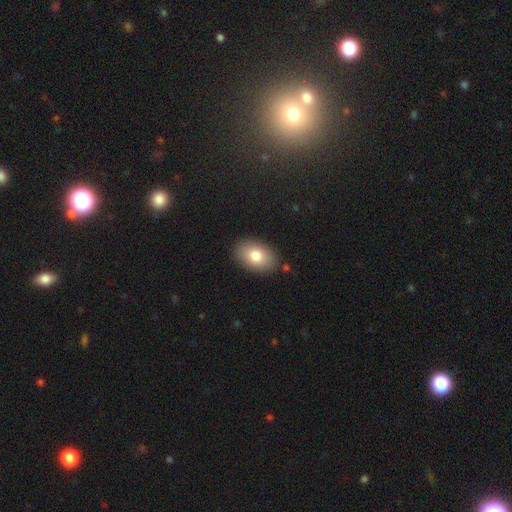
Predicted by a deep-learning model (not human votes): This is likely a smooth galaxy (80%). How rounded: clearly in between (87%). Merging: clearly none (86%).